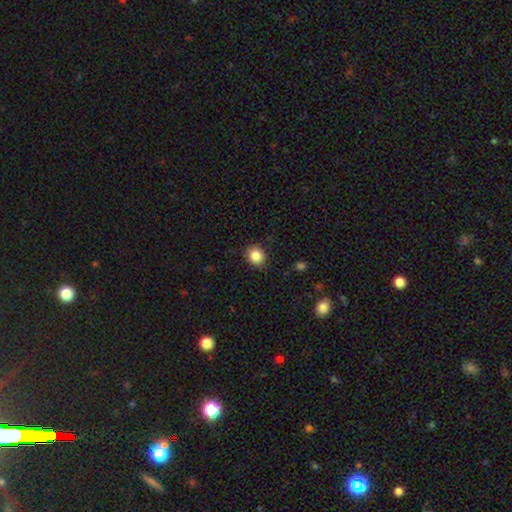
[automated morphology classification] The model was most divided on "how rounded": round: 72%, in between: 27%, cigar-shaped: 1%. More confident: merging — none (87%); smooth or featured — smooth (86%).